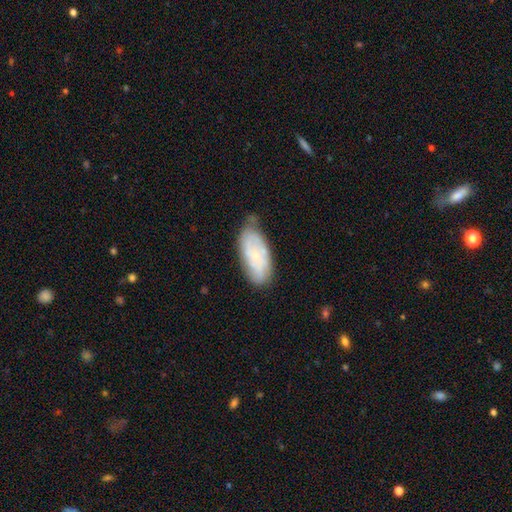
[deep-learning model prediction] This appears to be a smooth galaxy with no disk features (50%). Merging: none (60%).